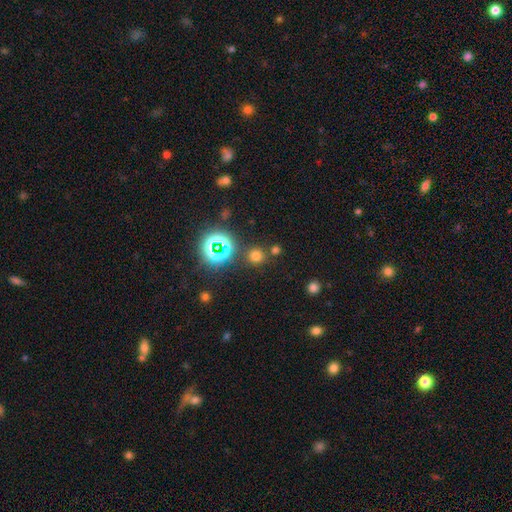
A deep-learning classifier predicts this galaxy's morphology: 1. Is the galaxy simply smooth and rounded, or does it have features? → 64% smooth, 29% star or artifact, 7% featured or disk.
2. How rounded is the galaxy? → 91% round, 8% in between, 1% cigar-shaped.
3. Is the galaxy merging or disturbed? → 80% none, 9% merger, 8% minor disturbance, 4% major disturbance.